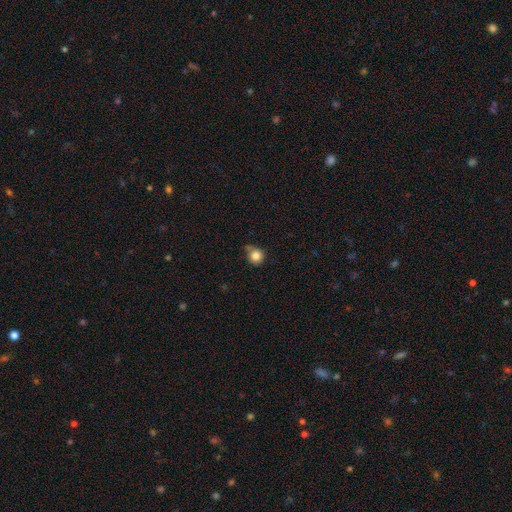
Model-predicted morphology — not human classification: smooth-or-featured: smooth: 83% | star or artifact: 11% | featured or disk: 6%
  how-rounded: round: 92% | in between: 7% | cigar-shaped: 1%
  merging: none: 67% | minor disturbance: 20% | merger: 8% | major disturbance: 5%